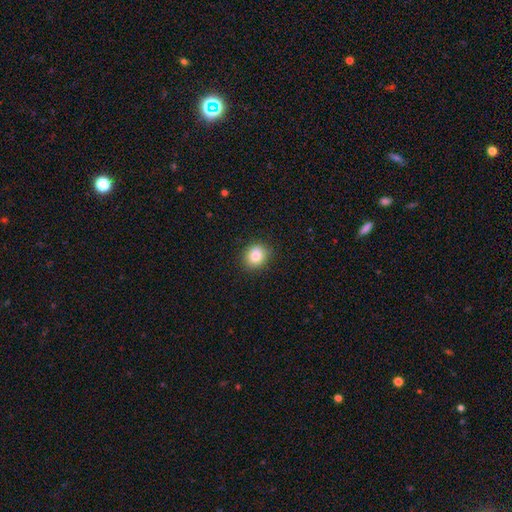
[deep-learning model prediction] Morphology: type=smooth (85%); roundness=round (70%); merging=none (88%).